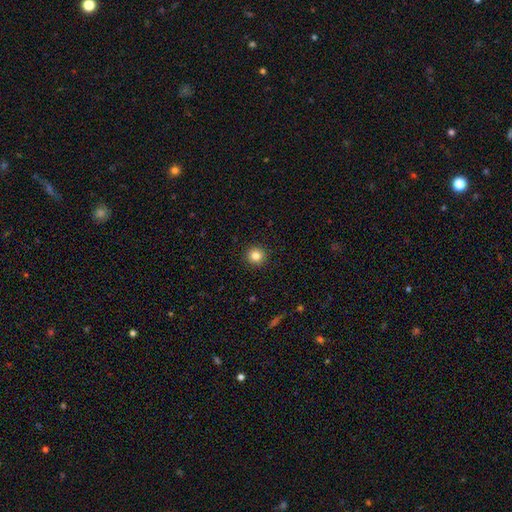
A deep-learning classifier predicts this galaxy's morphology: The model was most divided on "smooth or featured": smooth: 83%, star or artifact: 11%, featured or disk: 6%. More confident: how rounded — round (94%); merging — none (93%).